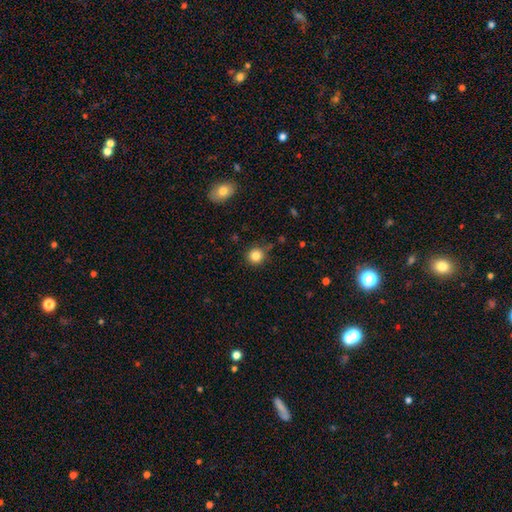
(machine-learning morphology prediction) Overall: smooth (83%). How rounded: round (93%). Merging: none (84%).